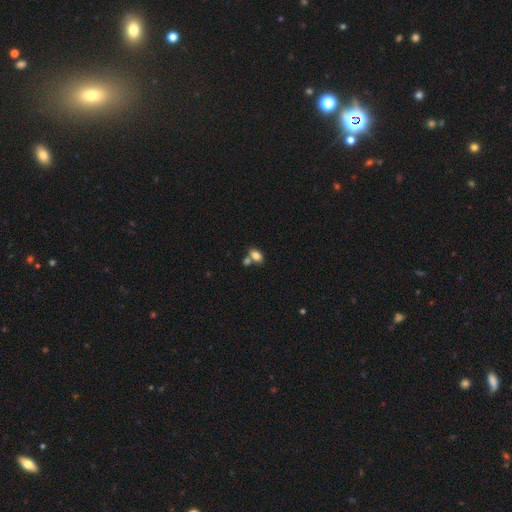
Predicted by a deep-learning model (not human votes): Smooth or featured?
  - smooth: 81% *
  - star or artifact: 9%
  - featured or disk: 9%
How rounded?
  - in between: 85% *
  - round: 13%
  - cigar-shaped: 2%
Merging?
  - none: 49% *
  - merger: 36%
  - minor disturbance: 11%
  - major disturbance: 4%